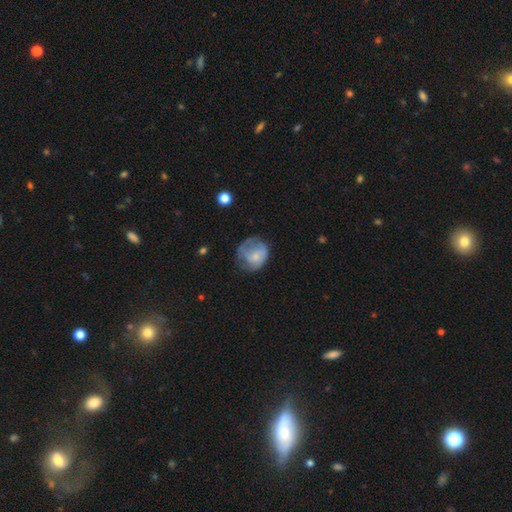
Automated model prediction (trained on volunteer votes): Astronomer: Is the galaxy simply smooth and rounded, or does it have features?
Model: smooth — 53% (runner-up: featured or disk, 39%).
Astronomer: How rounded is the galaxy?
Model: round — 67%.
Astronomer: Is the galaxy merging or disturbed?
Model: none — 40% (runner-up: minor disturbance, 29%).